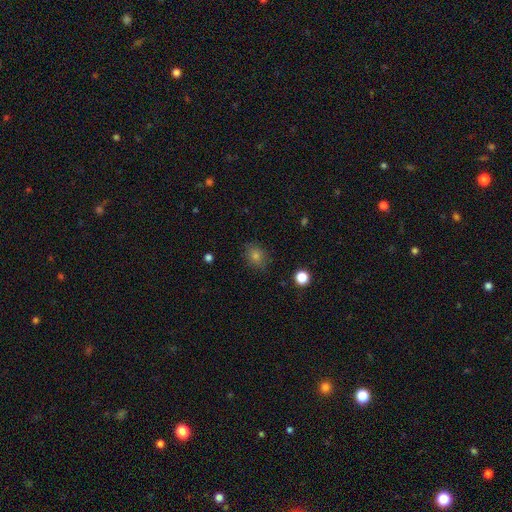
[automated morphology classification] Smooth or featured?
  - smooth: 75% *
  - star or artifact: 17%
  - featured or disk: 8%
How rounded?
  - round: 54% *
  - in between: 44%
  - cigar-shaped: 1%
Merging?
  - none: 84% *
  - minor disturbance: 12%
  - major disturbance: 3%
  - merger: 1%